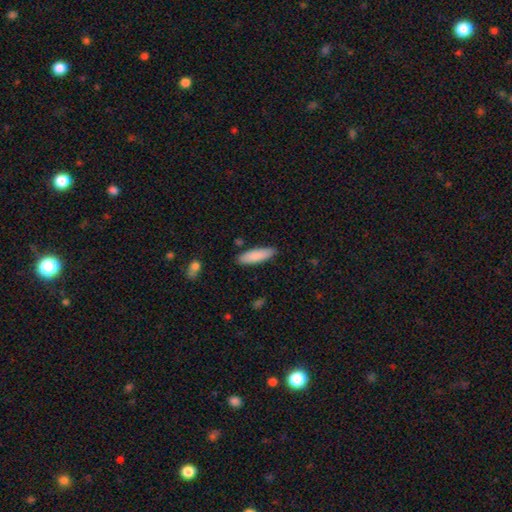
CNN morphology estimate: A smooth galaxy with no disk features (87%) that is cigar-shaped (55%).

Vote fractions:
- Smooth or featured? smooth: 87% / featured or disk: 7% / star or artifact: 6%
- How rounded? cigar-shaped: 55% / in between: 44% / round: 1%
- Merging? none: 86% / minor disturbance: 10% / major disturbance: 2% / merger: 2%